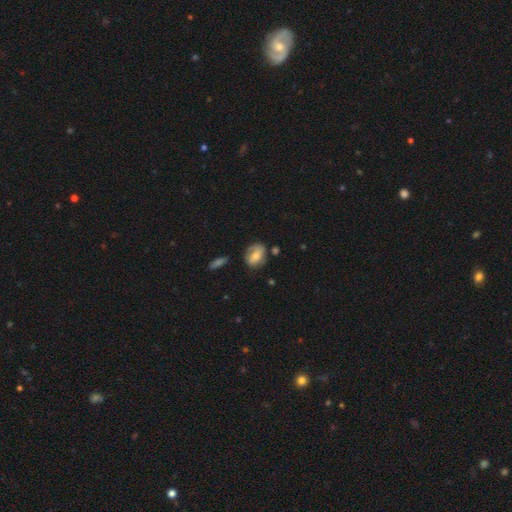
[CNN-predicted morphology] type=smooth (58%); roundness=in between (68%); merging=none (60%).